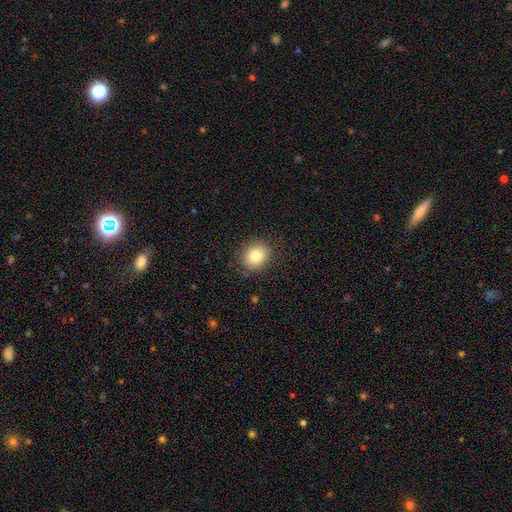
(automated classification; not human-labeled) Q: Smooth or featured?
A: smooth (84%); runner-up: star or artifact (9%)
Q: How rounded?
A: round (68%); runner-up: in between (31%)
Q: Merging?
A: none (86%); runner-up: minor disturbance (10%)